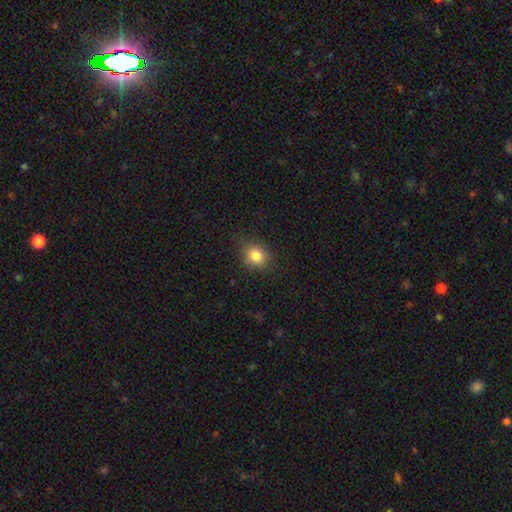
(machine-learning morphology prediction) smooth_or_featured: smooth (p=0.84) [alt: star or artifact p=0.10]
how_rounded: round (p=0.65) [alt: in between p=0.34]
merging: none (p=0.82) [alt: minor disturbance p=0.13]